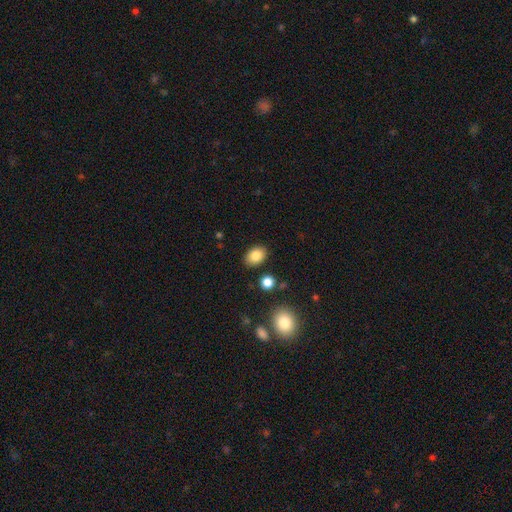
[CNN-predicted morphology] smooth_or_featured: smooth (p=0.84) [alt: star or artifact p=0.09]
how_rounded: in between (p=0.73) [alt: round p=0.25]
merging: none (p=0.86) [alt: minor disturbance p=0.09]